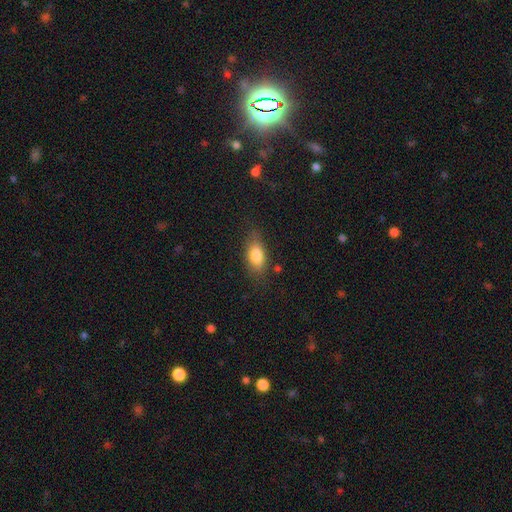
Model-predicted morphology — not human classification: A smooth galaxy with no disk features (80%) that is in between round and cigar-shaped (85%).

Vote fractions:
- Smooth or featured? smooth: 80% / featured or disk: 12% / star or artifact: 8%
- How rounded? in between: 85% / cigar-shaped: 9% / round: 6%
- Merging? none: 76% / minor disturbance: 17% / major disturbance: 5% / merger: 2%